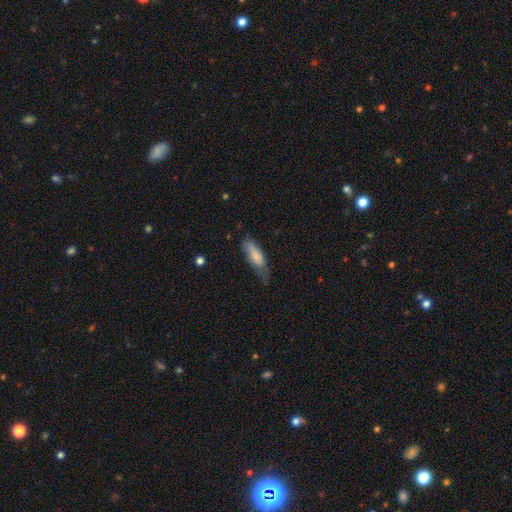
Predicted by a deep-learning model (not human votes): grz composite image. It shows a smooth galaxy with no disk features (78%) that is in between round and cigar-shaped (53%). Merging: none (50%).